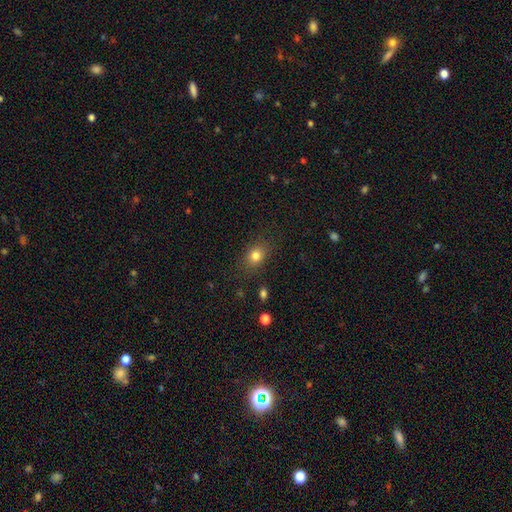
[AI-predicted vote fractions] smooth 81%, star or artifact 11%, featured or disk 8%. Down the decision tree: how rounded — in between (58%); merging — none (83%).